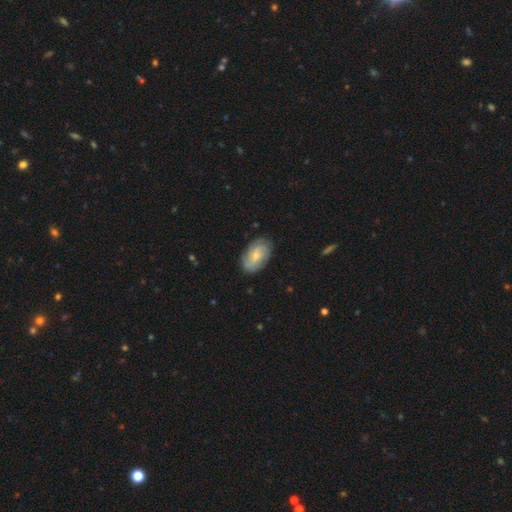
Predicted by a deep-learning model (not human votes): Overall: featured or disk (70%). Edge-on disk: no (97%). Bar: no (64%; weak 32%). Spiral arms: yes (94%). Spiral arm count: can't tell (29%; 2 27%). Spiral winding: tight (52%; medium 36%). Bulge size: small (61%; moderate 34%). Merging: none (79%).